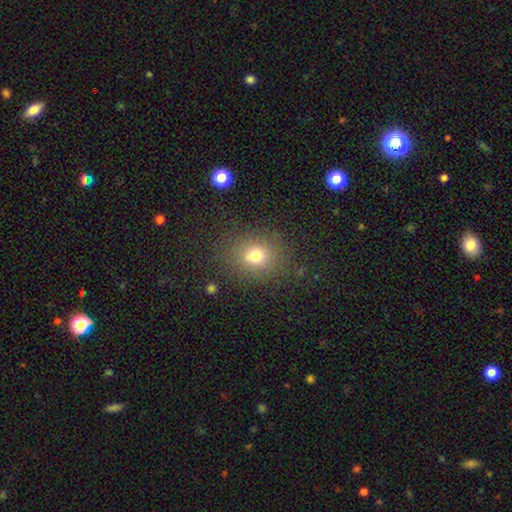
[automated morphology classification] Smooth or featured? smooth (73%)
How rounded? round (65%)
Merging? none (81%)